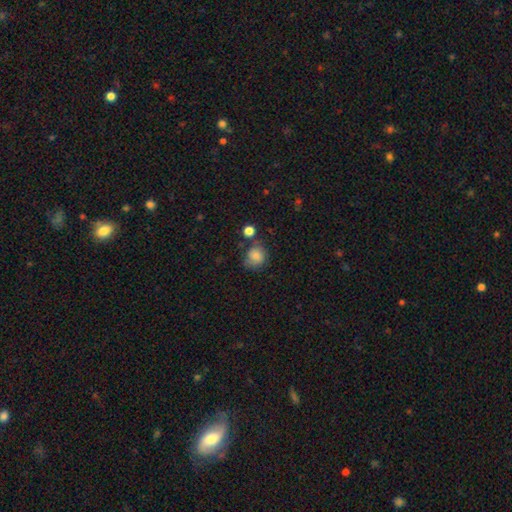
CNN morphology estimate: smooth 80%, featured or disk 10%, star or artifact 10%. Down the decision tree: how rounded — round (78%); merging — none (62%).